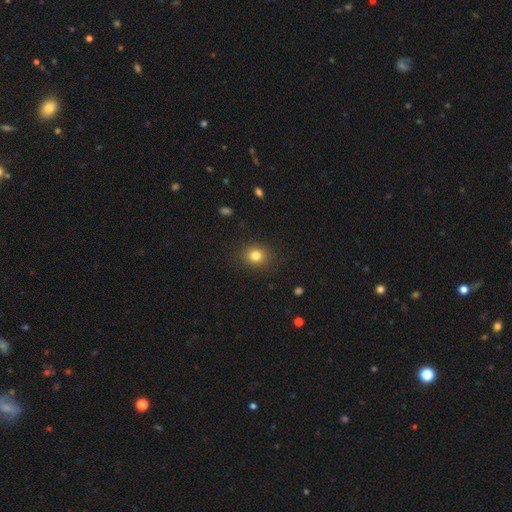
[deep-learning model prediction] Smooth or featured? Predicted: smooth (p=0.81). How rounded? Predicted: round (p=0.72). Merging? Predicted: none (p=0.88).